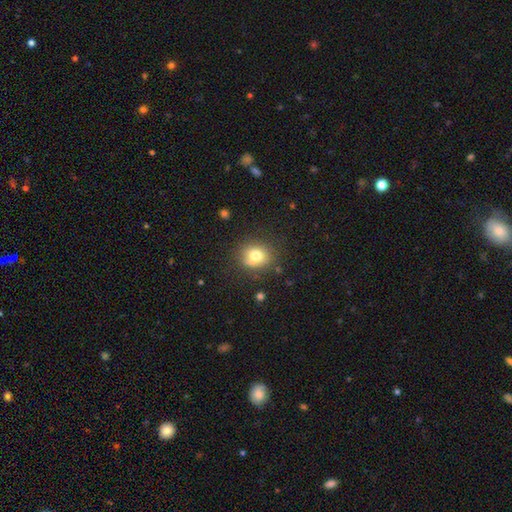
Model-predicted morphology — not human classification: Q: Smooth or featured?
A: smooth (76%); runner-up: featured or disk (12%)
Q: How rounded?
A: round (70%); runner-up: in between (30%)
Q: Merging?
A: none (73%); runner-up: minor disturbance (17%)